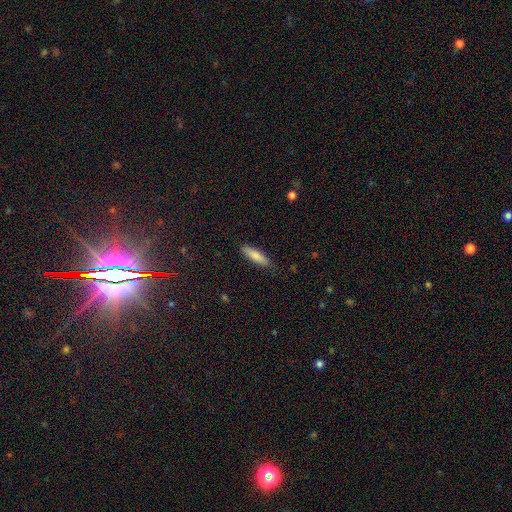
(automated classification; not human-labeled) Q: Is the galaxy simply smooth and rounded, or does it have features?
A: smooth — 82%.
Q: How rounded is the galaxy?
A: cigar-shaped — 62%.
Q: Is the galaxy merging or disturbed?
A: none — 84%.